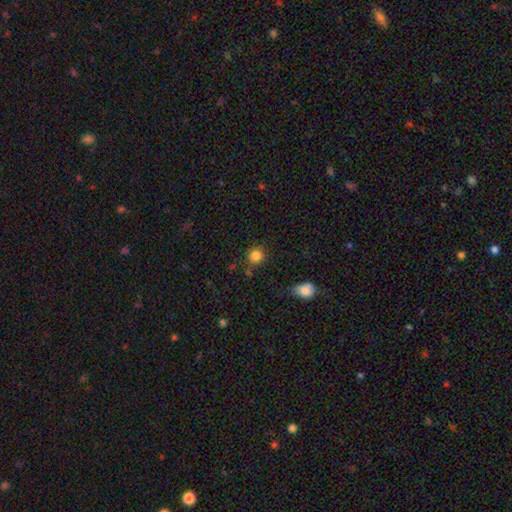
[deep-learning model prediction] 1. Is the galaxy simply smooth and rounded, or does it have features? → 85% smooth, 11% star or artifact, 4% featured or disk.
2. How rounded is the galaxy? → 90% round, 9% in between, 1% cigar-shaped.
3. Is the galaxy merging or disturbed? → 83% none, 10% minor disturbance, 4% merger, 3% major disturbance.